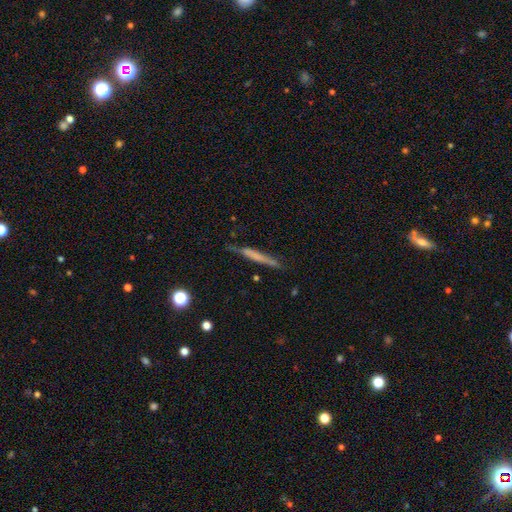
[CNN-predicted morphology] This is possibly a smooth galaxy (48%). Merging: likely none (77%).